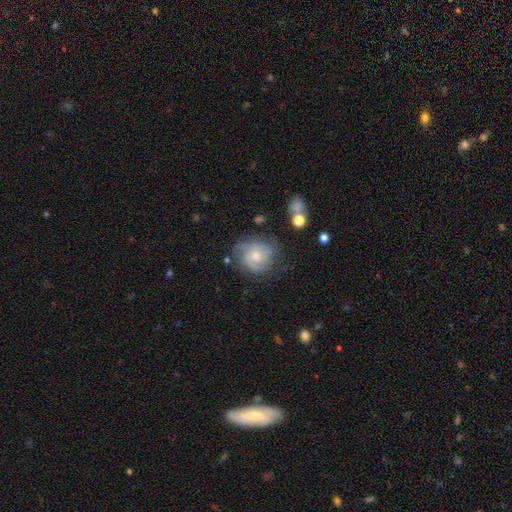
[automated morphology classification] The model was most divided on "bulge size": small: 48%, moderate: 44%, none: 4%, large: 3%, dominant: 1%. More confident: edge-on disk — no (98%); spiral arms — yes (84%); bar — no (76%); smooth or featured — featured or disk (60%); merging — none (59%).